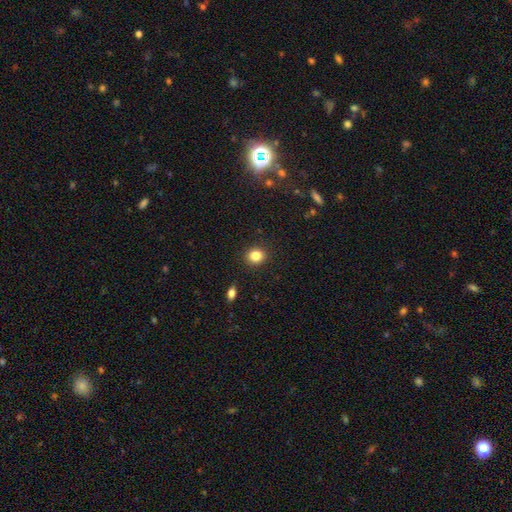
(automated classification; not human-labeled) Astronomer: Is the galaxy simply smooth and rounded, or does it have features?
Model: smooth — 84%.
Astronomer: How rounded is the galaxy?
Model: round — 79%.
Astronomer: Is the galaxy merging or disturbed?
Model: none — 90%.